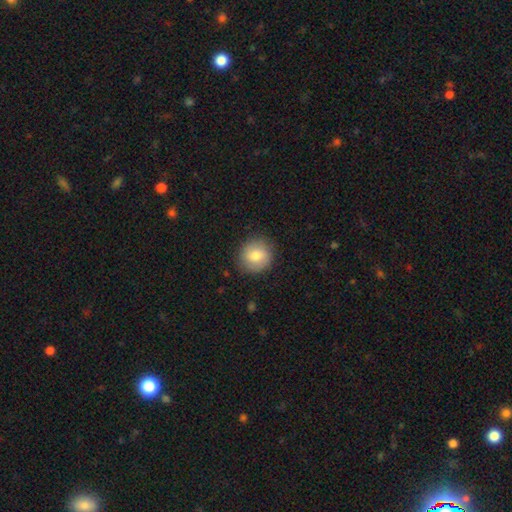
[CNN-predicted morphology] Q: Smooth or featured?
A: smooth (78%); runner-up: featured or disk (15%)
Q: How rounded?
A: round (89%); runner-up: in between (10%)
Q: Merging?
A: none (87%); runner-up: minor disturbance (10%)